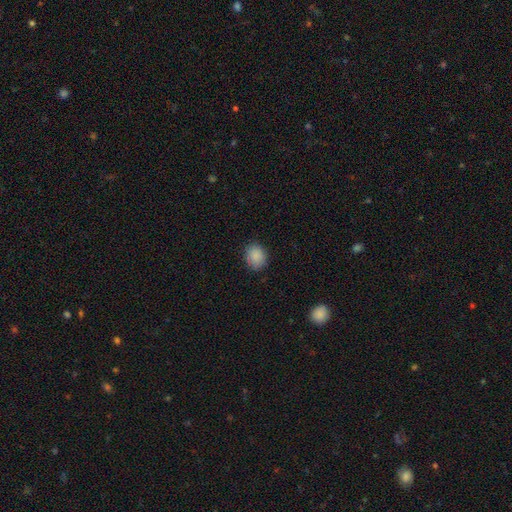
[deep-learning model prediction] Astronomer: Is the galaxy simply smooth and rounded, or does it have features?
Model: smooth — 88%.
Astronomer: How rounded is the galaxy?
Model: round — 57% (runner-up: in between, 42%).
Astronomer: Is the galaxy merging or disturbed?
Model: none — 84%.